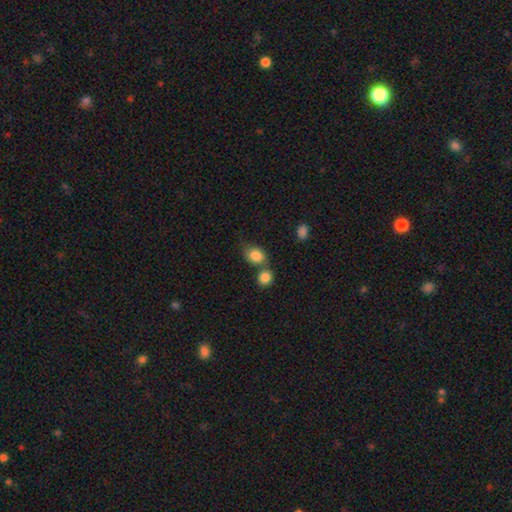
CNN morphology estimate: Overall: smooth (85%). How rounded: in between (54%; round 45%). Merging: none (45%; merger 37%).